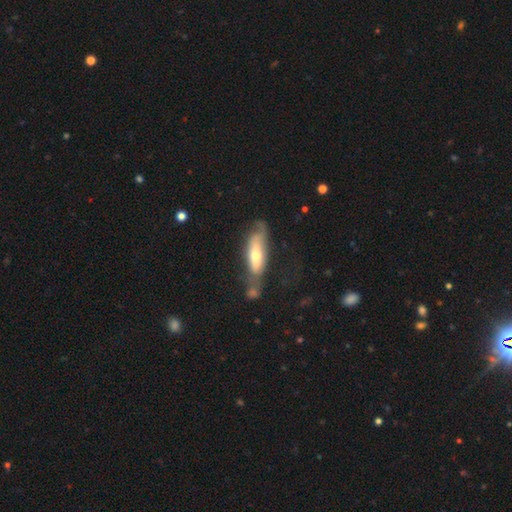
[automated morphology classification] smooth 52%, featured or disk 41%, star or artifact 6%. Down the decision tree: how rounded — in between (52%); merging — none (40%).